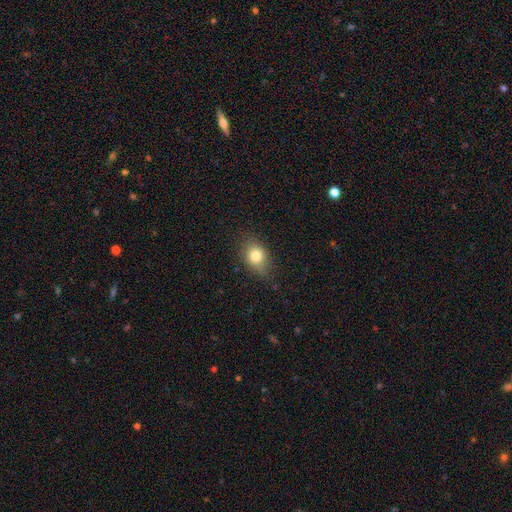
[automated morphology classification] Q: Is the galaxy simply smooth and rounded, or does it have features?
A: smooth — 79%.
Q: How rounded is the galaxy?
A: in between — 65%.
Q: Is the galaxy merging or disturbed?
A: none — 77%.